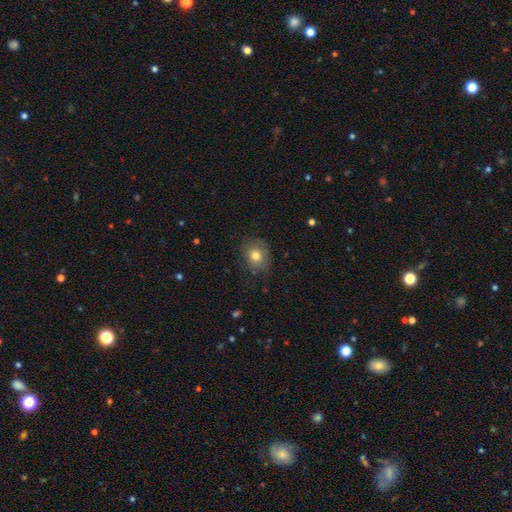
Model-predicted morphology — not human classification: smooth-or-featured: smooth: 78% | featured or disk: 12% | star or artifact: 11%
  how-rounded: round: 67% | in between: 32% | cigar-shaped: 1%
  merging: none: 77% | minor disturbance: 17% | major disturbance: 5% | merger: 1%